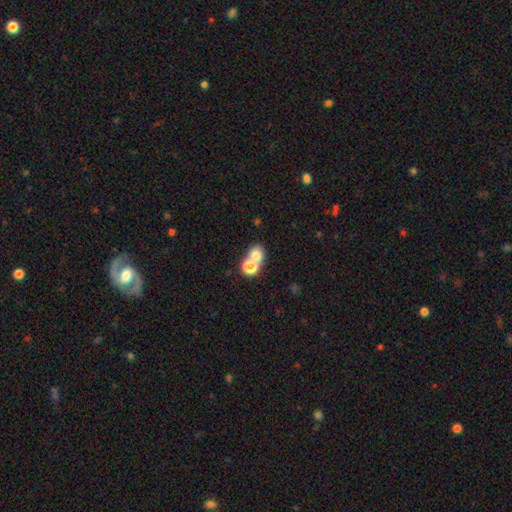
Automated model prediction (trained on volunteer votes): smooth_or_featured: smooth (p=0.73) [alt: star or artifact p=0.15]
how_rounded: round (p=0.69) [alt: in between p=0.30]
merging: merger (p=0.51) [alt: none p=0.39]